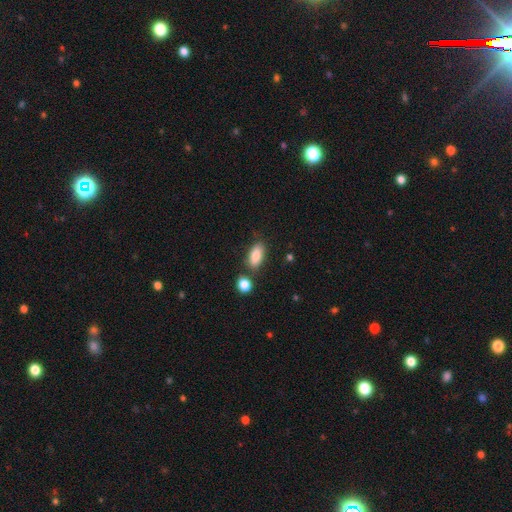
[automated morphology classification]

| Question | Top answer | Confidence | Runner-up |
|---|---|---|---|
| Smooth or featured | smooth | 84% | featured or disk (8%) |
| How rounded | in between | 88% | cigar-shaped (8%) |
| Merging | none | 74% | minor disturbance (13%) |